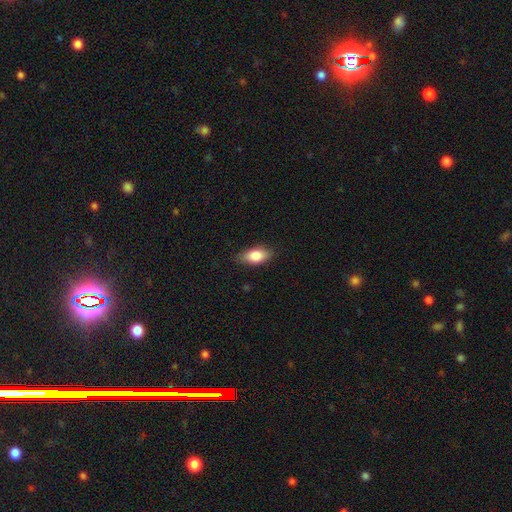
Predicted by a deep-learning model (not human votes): This appears to be a smooth galaxy with no disk features (80%) that is in between round and cigar-shaped (87%). Merging: none (81%).